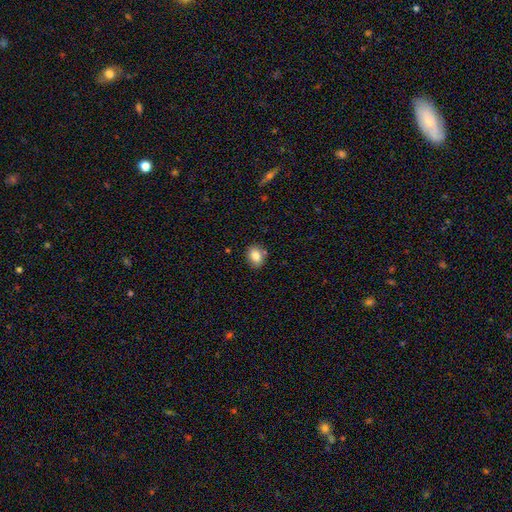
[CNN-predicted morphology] Smooth or featured?
  - smooth: 84% *
  - star or artifact: 9%
  - featured or disk: 7%
How rounded?
  - in between: 53% *
  - round: 46%
  - cigar-shaped: 1%
Merging?
  - none: 80% *
  - minor disturbance: 13%
  - merger: 4%
  - major disturbance: 3%